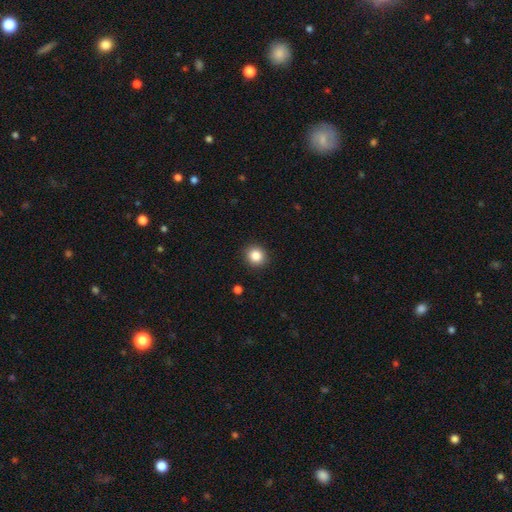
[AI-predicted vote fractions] smooth_or_featured: smooth (p=0.85) [alt: star or artifact p=0.10]
how_rounded: round (p=0.91) [alt: in between p=0.08]
merging: none (p=0.91) [alt: minor disturbance p=0.06]